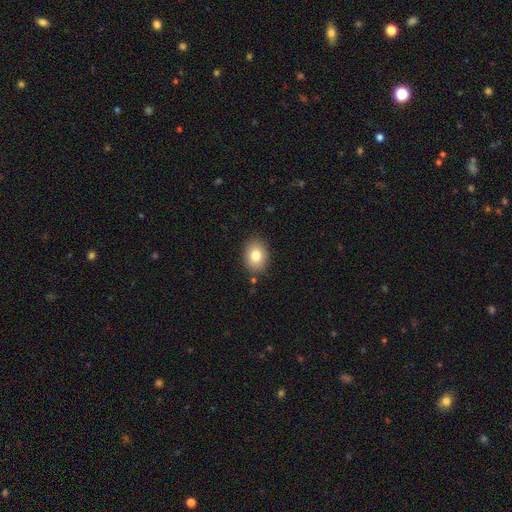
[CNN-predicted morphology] smooth_or_featured: smooth (p=0.82) [alt: featured or disk p=0.09]
how_rounded: in between (p=0.69) [alt: round p=0.30]
merging: none (p=0.86) [alt: minor disturbance p=0.10]